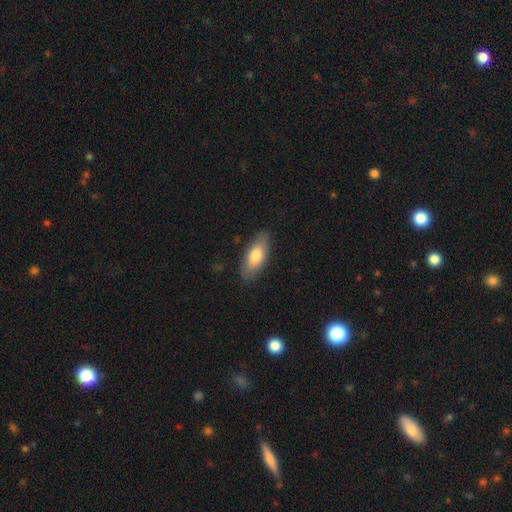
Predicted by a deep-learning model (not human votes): A smooth galaxy with no disk features (76%) that is in between round and cigar-shaped (82%). Merging: none (83%).